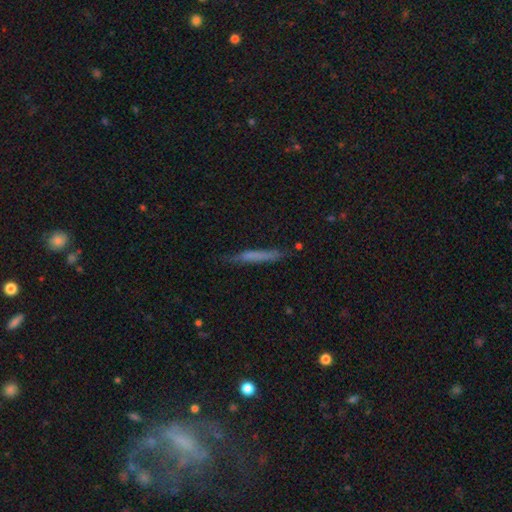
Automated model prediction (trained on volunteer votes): This appears to be a smooth galaxy with no disk features (61%) that is cigar-shaped (95%). Merging: none (79%).